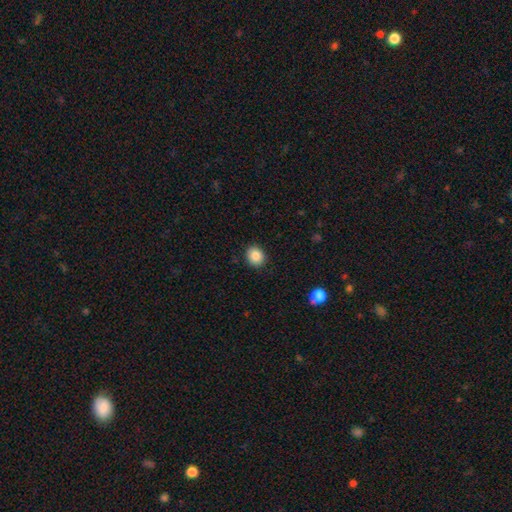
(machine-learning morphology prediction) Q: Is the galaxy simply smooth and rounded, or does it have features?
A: smooth — 86%.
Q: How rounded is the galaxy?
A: round — 70%.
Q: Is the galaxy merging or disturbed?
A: none — 90%.